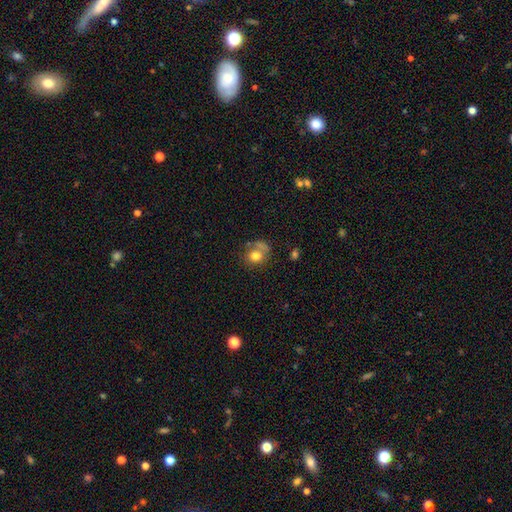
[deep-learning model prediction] smooth 75%, featured or disk 15%, star or artifact 10%. Down the decision tree: how rounded — round (71%); merging — none (48%).